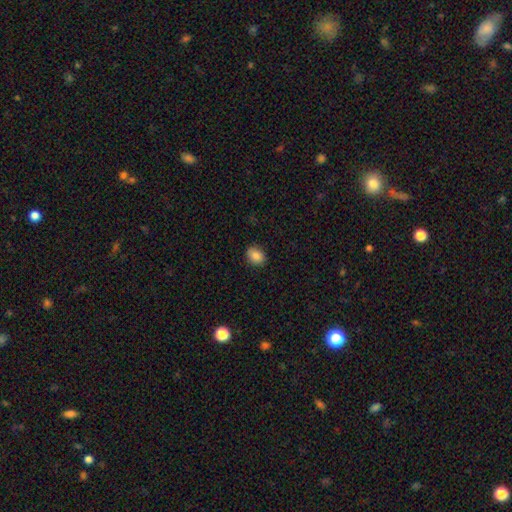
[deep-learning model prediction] smooth-or-featured: smooth: 85% | star or artifact: 9% | featured or disk: 6%
  how-rounded: in between: 64% | round: 35% | cigar-shaped: 1%
  merging: none: 88% | minor disturbance: 9% | major disturbance: 2% | merger: 1%